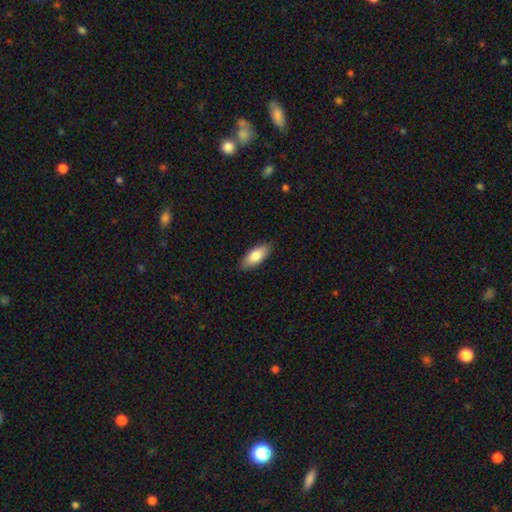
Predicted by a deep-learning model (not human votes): smooth-or-featured: smooth: 82% | featured or disk: 13% | star or artifact: 6%
  how-rounded: in between: 81% | cigar-shaped: 17% | round: 2%
  merging: none: 88% | minor disturbance: 9% | major disturbance: 2% | merger: 1%